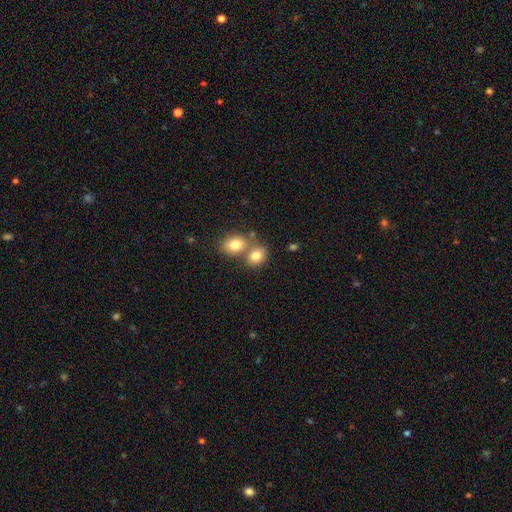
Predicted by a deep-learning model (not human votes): This is clearly a smooth galaxy (80%). How rounded: possibly in between (55%). Merging: possibly merger (46%).